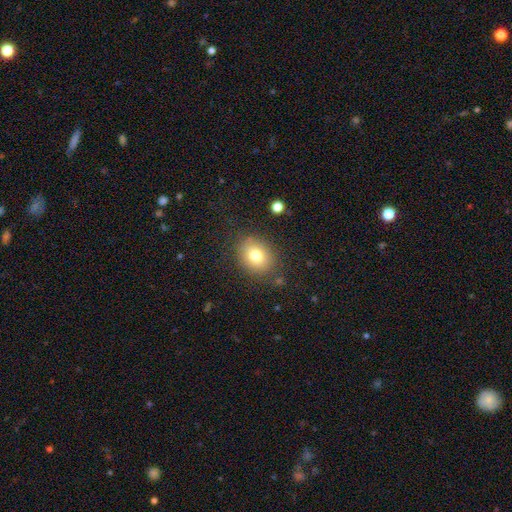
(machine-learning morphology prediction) Smooth or featured? Predicted: smooth (p=0.77). How rounded? Predicted: round (p=0.53). Merging? Predicted: none (p=0.82).